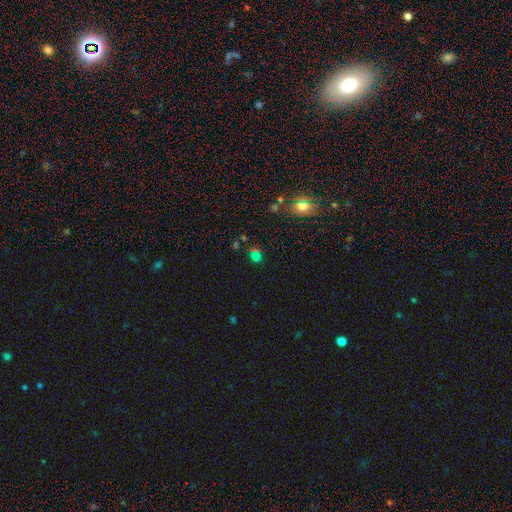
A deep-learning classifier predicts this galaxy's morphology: A smooth galaxy with no disk features (54%) that is round (70%).

Vote fractions:
- Smooth or featured? smooth: 54% / star or artifact: 36% / featured or disk: 10%
- How rounded? round: 70% / in between: 29% / cigar-shaped: 2%
- Merging? none: 61% / merger: 18% / minor disturbance: 13% / major disturbance: 8%